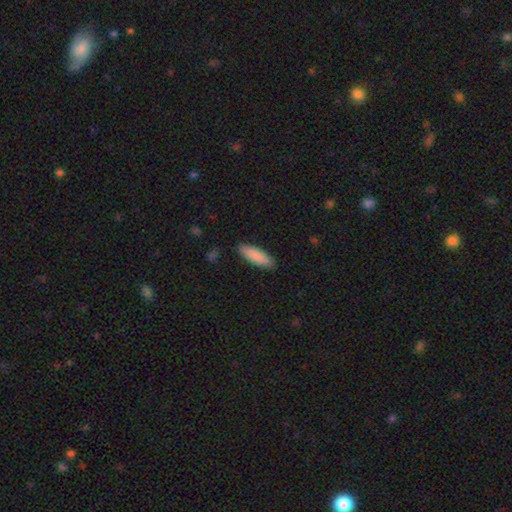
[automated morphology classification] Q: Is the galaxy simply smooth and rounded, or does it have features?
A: smooth — 89%.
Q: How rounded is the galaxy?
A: in between — 60%.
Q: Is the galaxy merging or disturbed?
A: none — 87%.